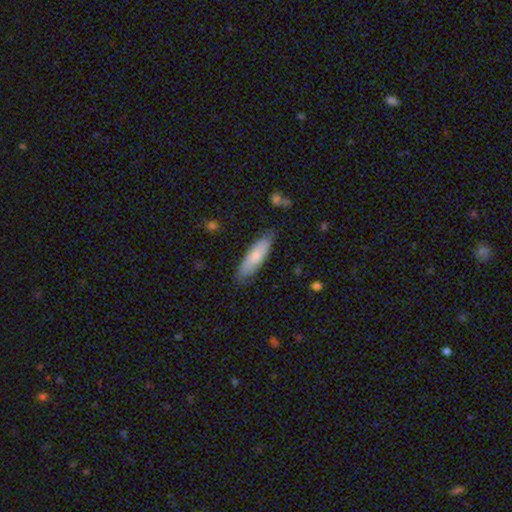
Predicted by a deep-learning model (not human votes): Smooth or featured? smooth (74%)
How rounded? cigar-shaped (54%)
Merging? none (80%)